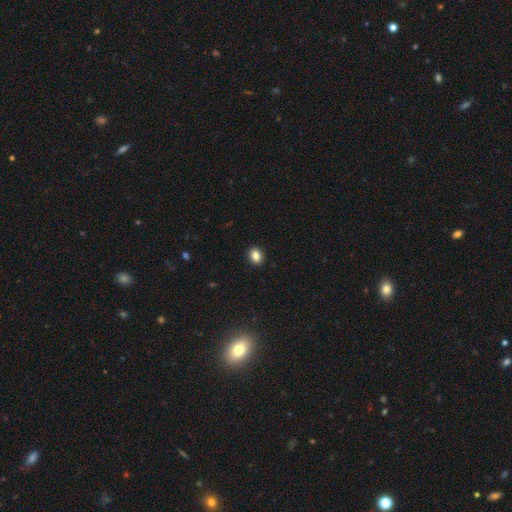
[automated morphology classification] A smooth galaxy with no disk features (85%) that is in between round and cigar-shaped (50%). Merging: none (91%).